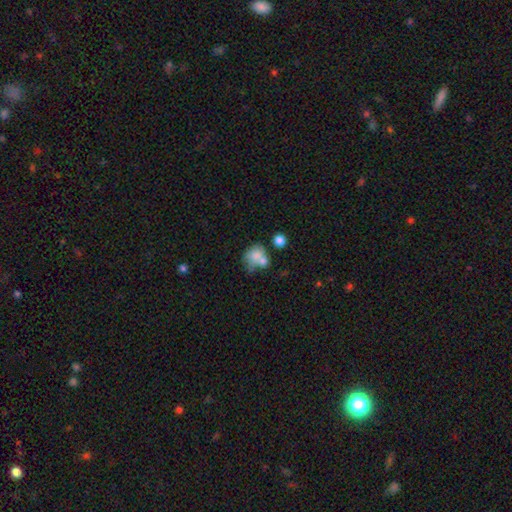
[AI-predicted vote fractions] smooth 70%, featured or disk 19%, star or artifact 10%. Down the decision tree: how rounded — round (56%); merging — merger (41%).